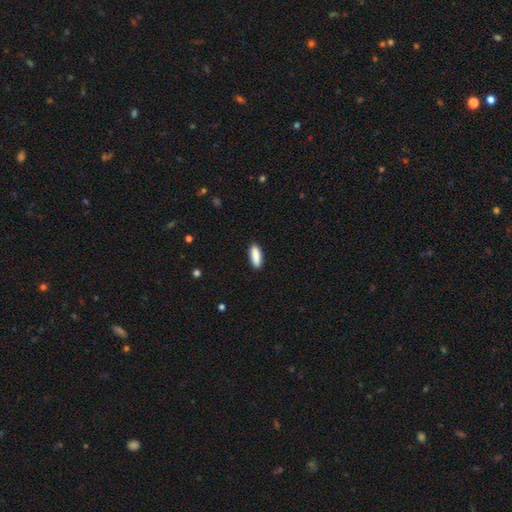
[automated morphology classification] This appears to be a smooth galaxy with no disk features (89%) that is in between round and cigar-shaped (59%). Merging: none (90%).